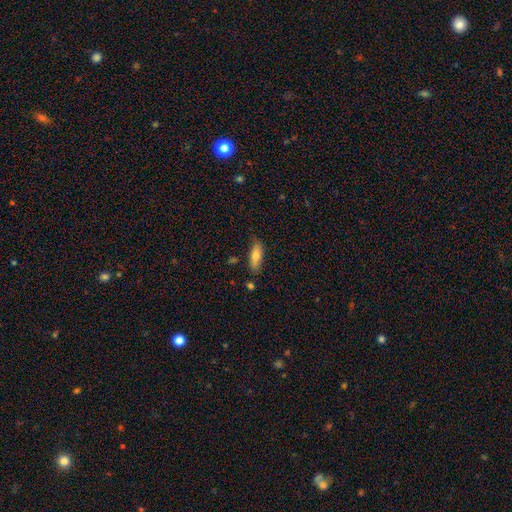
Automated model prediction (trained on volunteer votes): Overall: smooth (74%). How rounded: in between (60%; cigar-shaped 38%). Merging: none (77%).